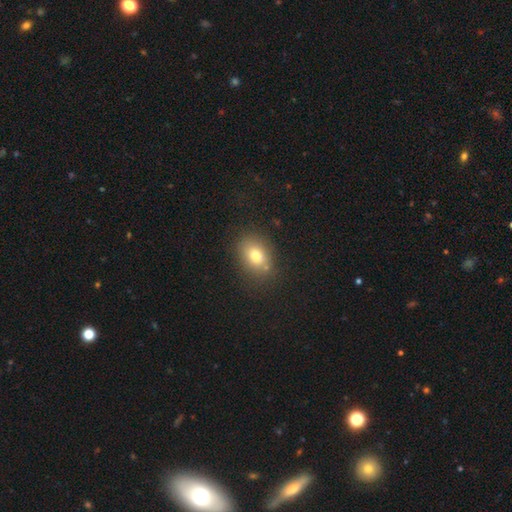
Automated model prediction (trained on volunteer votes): Q: Smooth or featured?
A: smooth (75%); runner-up: star or artifact (13%)
Q: How rounded?
A: in between (62%); runner-up: round (37%)
Q: Merging?
A: none (76%); runner-up: minor disturbance (14%)